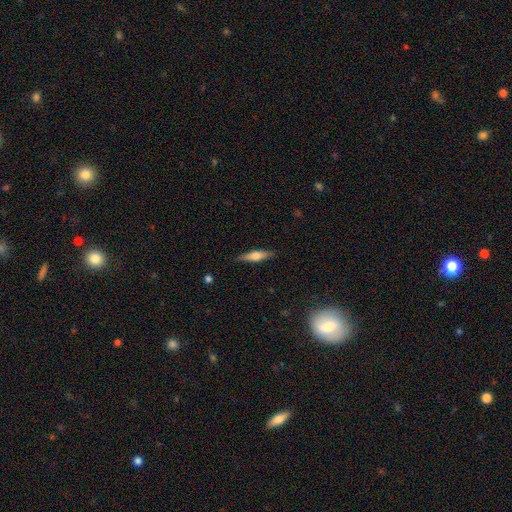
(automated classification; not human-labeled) Overall: smooth (51%; featured or disk 43%). How rounded: cigar-shaped (72%). Merging: none (86%).